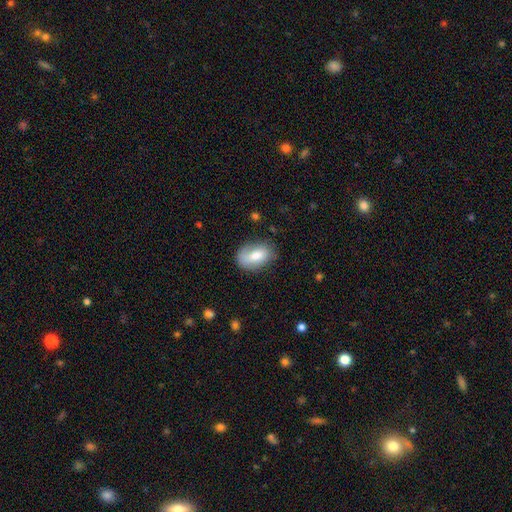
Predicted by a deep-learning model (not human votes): Q: Smooth or featured?
A: smooth (71%); runner-up: featured or disk (21%)
Q: How rounded?
A: in between (86%); runner-up: round (12%)
Q: Merging?
A: none (69%); runner-up: minor disturbance (23%)